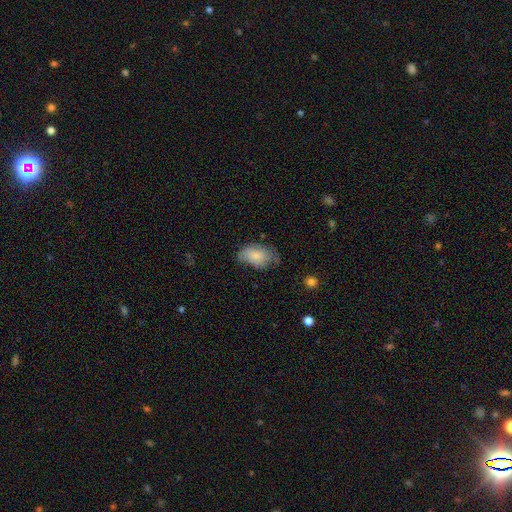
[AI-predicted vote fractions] This is likely a smooth galaxy (78%). How rounded: clearly in between (91%). Merging: possibly none (47%).